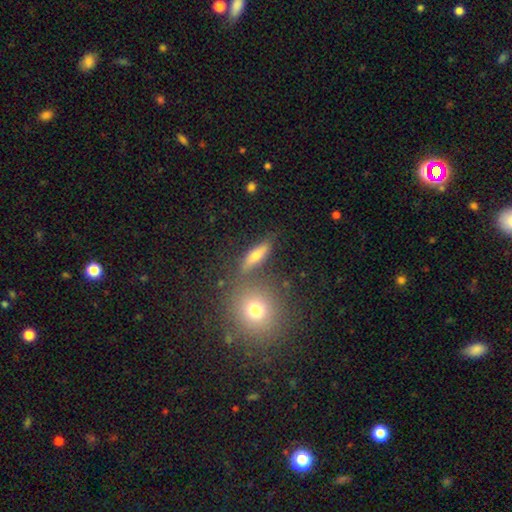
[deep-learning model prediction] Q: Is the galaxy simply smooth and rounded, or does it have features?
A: smooth — 62%.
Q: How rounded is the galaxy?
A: cigar-shaped — 45%.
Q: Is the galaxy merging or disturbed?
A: none — 71%.